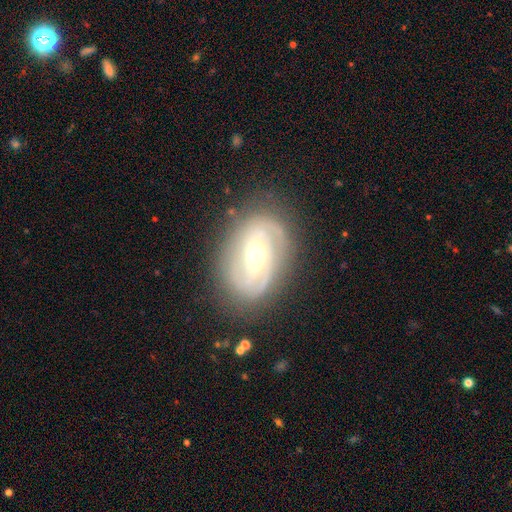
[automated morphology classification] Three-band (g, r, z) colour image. It shows a featured or disk galaxy (83%) with a weak bar (44%), 2 (50%) tight (56%) spiral arms (92%) and a moderate central bulge (68%). Merging: none (78%).